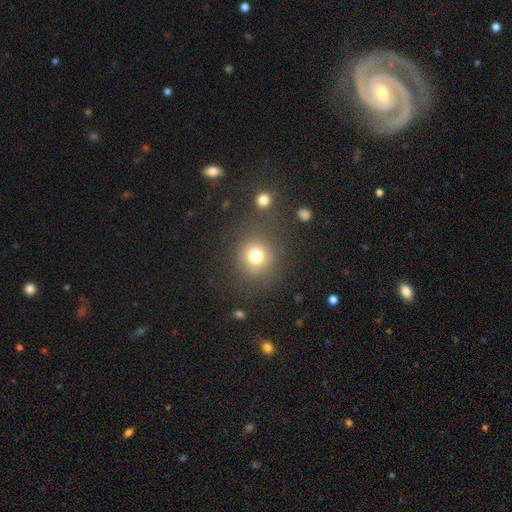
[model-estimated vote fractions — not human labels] smooth 77%, star or artifact 15%, featured or disk 9%. Down the decision tree: how rounded — round (88%); merging — none (77%).